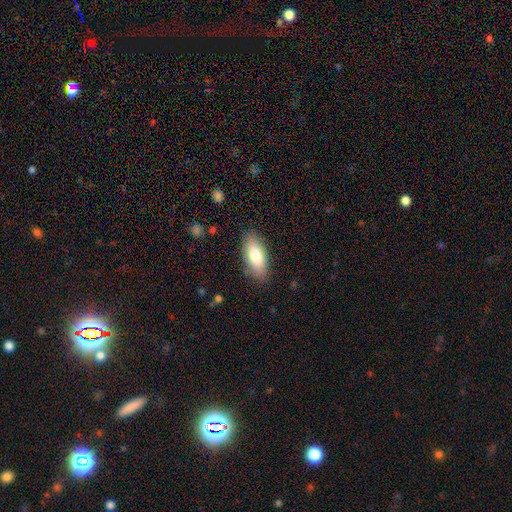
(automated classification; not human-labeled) Smooth or featured: smooth — 79% (featured or disk — 15%)
How rounded: in between — 83% (cigar-shaped — 14%)
Merging: none — 84% (minor disturbance — 12%)